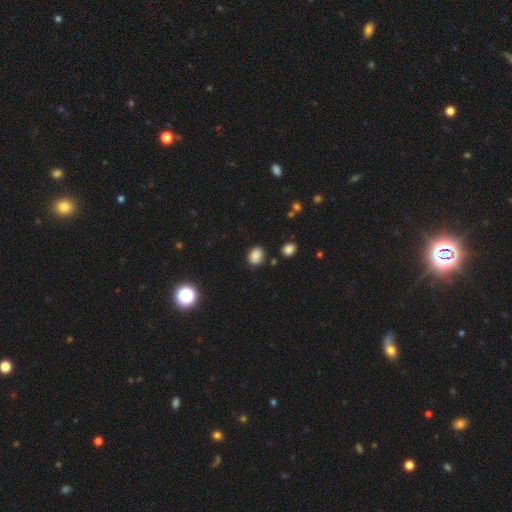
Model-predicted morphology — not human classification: Smooth or featured? Predicted: smooth (p=0.84). How rounded? Predicted: in between (p=0.53). Merging? Predicted: none (p=0.82).